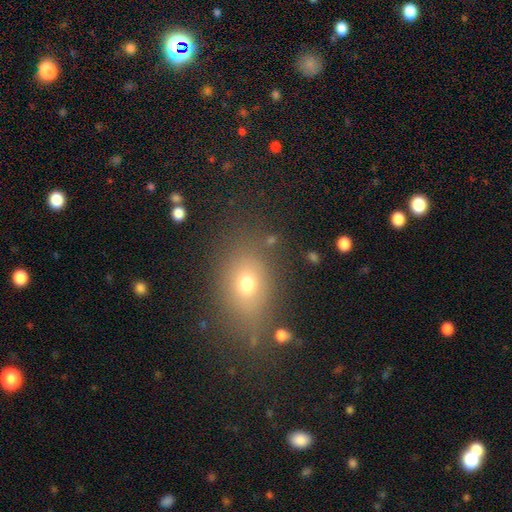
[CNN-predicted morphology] The model was most divided on "smooth or featured": smooth: 62%, star or artifact: 25%, featured or disk: 13%. More confident: merging — none (83%); how rounded — in between (70%).